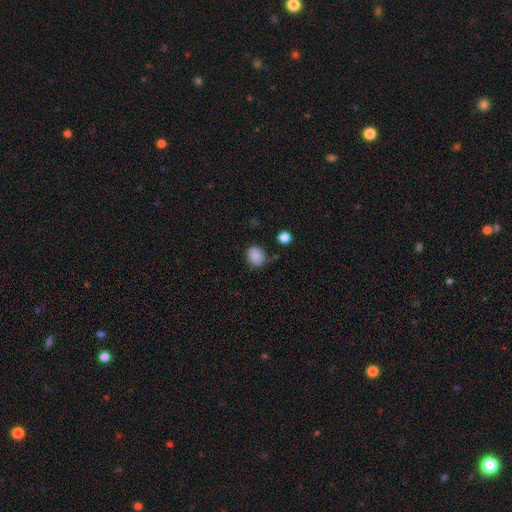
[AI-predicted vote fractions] smooth_or_featured: smooth (p=0.87) [alt: star or artifact p=0.09]
how_rounded: round (p=0.58) [alt: in between p=0.41]
merging: none (p=0.74) [alt: minor disturbance p=0.18]